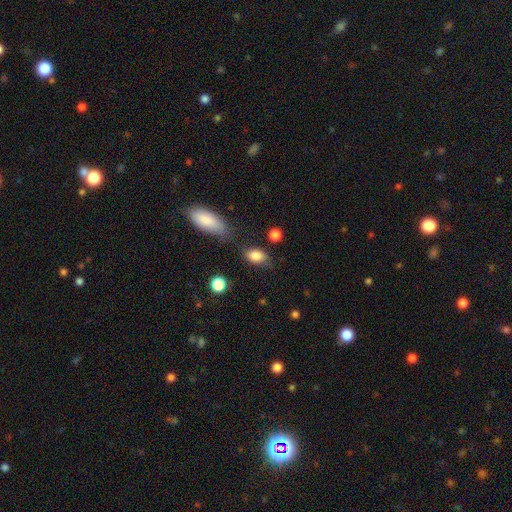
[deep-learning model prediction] Overall: smooth (85%). How rounded: in between (83%). Merging: none (66%).